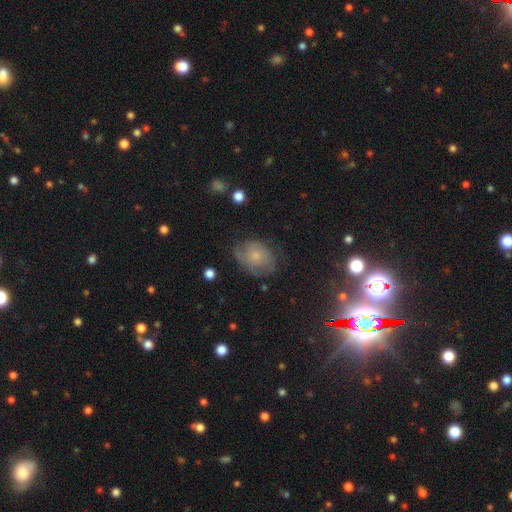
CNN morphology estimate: Smooth or featured? Predicted: smooth (p=0.50). Merging? Predicted: none (p=0.58).